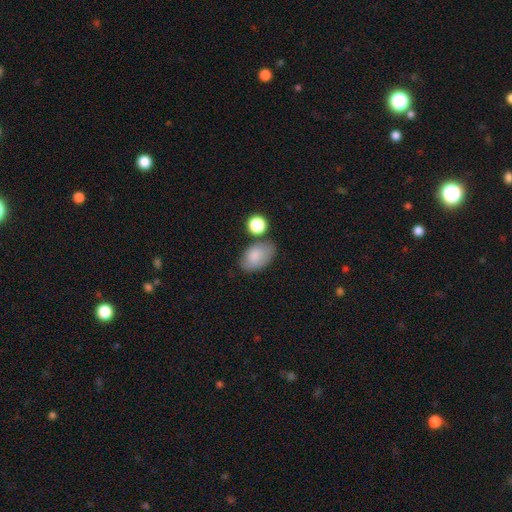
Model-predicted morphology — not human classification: Smooth or featured: smooth — 83% (featured or disk — 9%)
How rounded: in between — 91% (round — 8%)
Merging: none — 62% (minor disturbance — 21%)